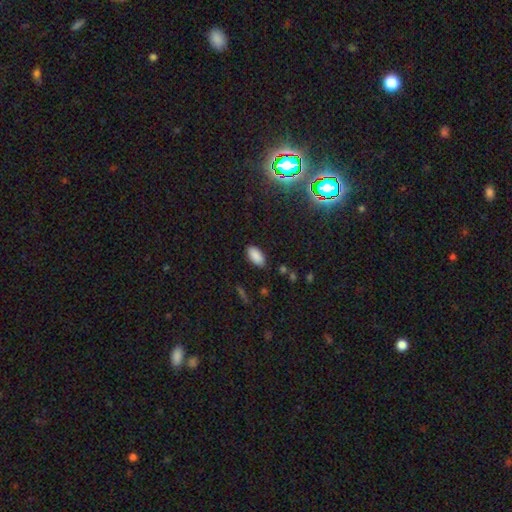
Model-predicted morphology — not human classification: This appears to be a smooth galaxy with no disk features (88%) that is in between round and cigar-shaped (94%). Merging: none (86%).